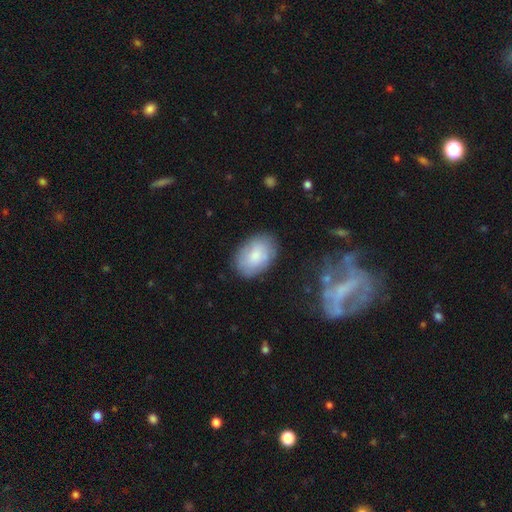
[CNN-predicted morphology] This appears to be a smooth galaxy with no disk features (76%) that is in between round and cigar-shaped (87%). Merging: none (79%).